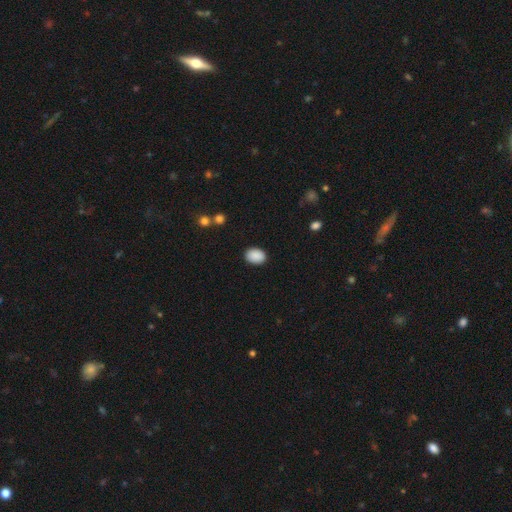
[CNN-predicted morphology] Smooth or featured? Predicted: smooth (p=0.90). How rounded? Predicted: in between (p=0.76). Merging? Predicted: none (p=0.89).